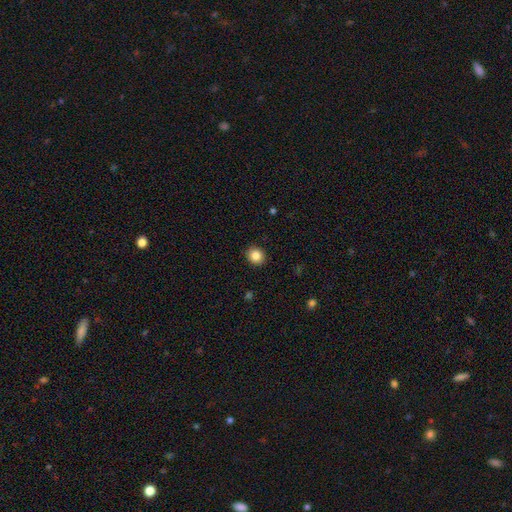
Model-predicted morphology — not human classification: The model was most divided on "how rounded": round: 84%, in between: 15%, cigar-shaped: 1%. More confident: merging — none (91%); smooth or featured — smooth (85%).